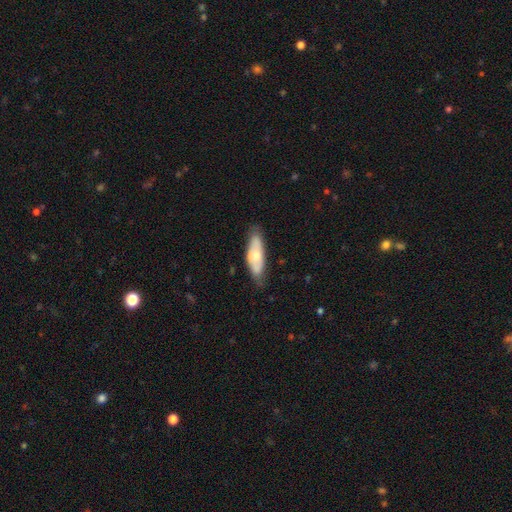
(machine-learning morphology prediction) type=smooth (55%); roundness=in between (64%); merging=none (70%).